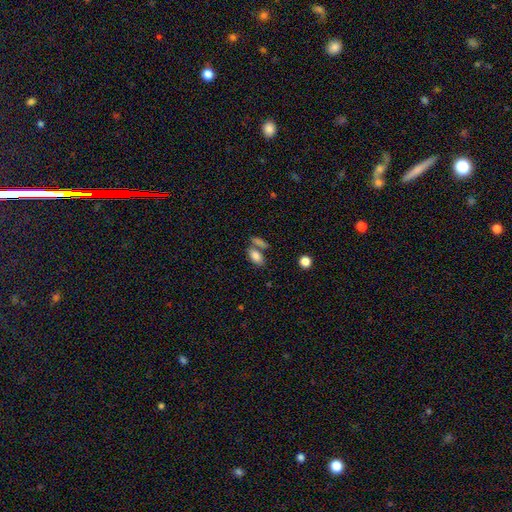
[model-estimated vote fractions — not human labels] This appears to be a smooth galaxy with no disk features (83%) that is in between round and cigar-shaped (88%). Merging: none (53%).